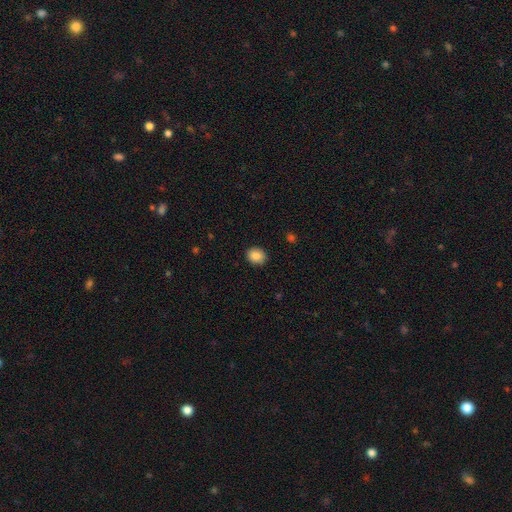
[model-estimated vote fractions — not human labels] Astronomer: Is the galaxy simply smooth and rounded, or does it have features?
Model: smooth — 86%.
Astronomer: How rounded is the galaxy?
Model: round — 64%.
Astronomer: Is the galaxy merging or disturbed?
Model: none — 89%.